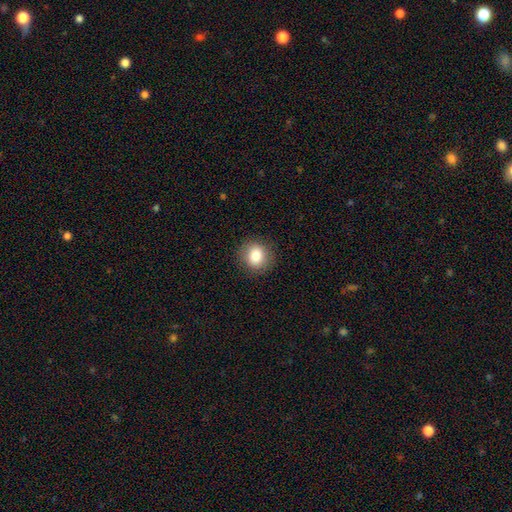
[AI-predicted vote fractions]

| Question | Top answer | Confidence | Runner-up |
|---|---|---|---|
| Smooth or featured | smooth | 82% | star or artifact (9%) |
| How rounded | round | 78% | in between (21%) |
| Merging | none | 89% | minor disturbance (8%) |